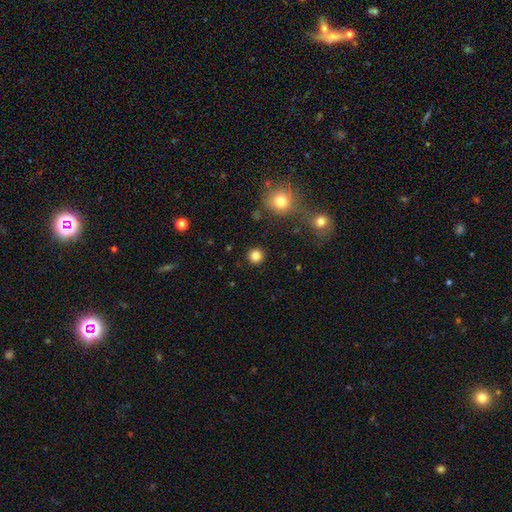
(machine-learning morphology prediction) Smooth or featured? smooth (84%)
How rounded? round (95%)
Merging? none (91%)